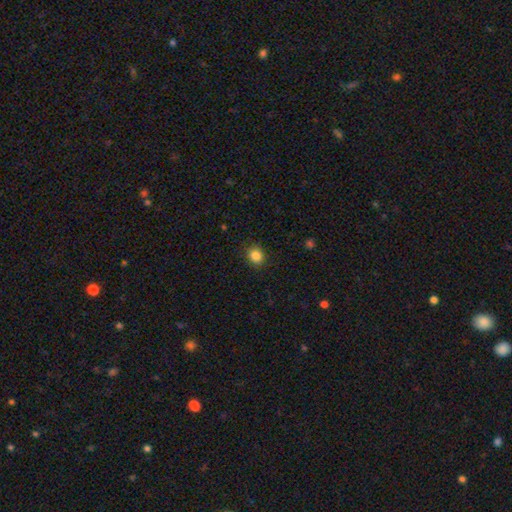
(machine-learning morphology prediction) Q: Smooth or featured?
A: smooth (85%); runner-up: star or artifact (11%)
Q: How rounded?
A: round (76%); runner-up: in between (23%)
Q: Merging?
A: none (90%); runner-up: minor disturbance (7%)